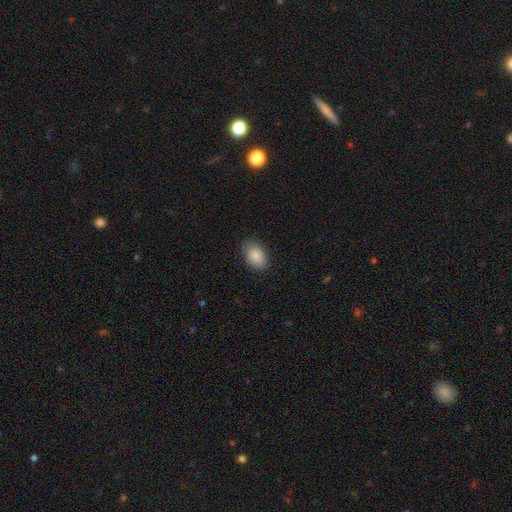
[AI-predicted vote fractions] Overall: smooth (87%). How rounded: in between (86%). Merging: none (81%).